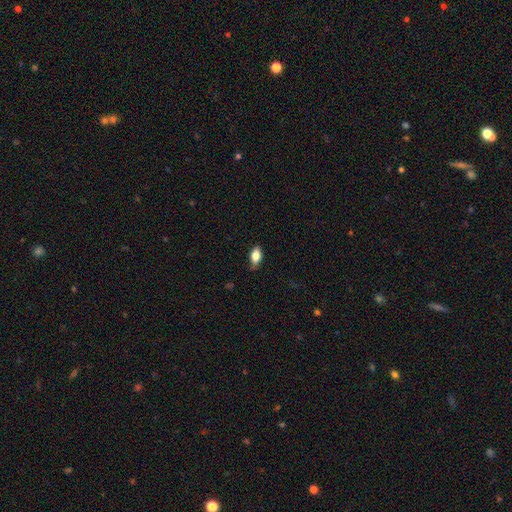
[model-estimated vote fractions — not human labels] Smooth or featured? Predicted: smooth (p=0.79). How rounded? Predicted: in between (p=0.87). Merging? Predicted: none (p=0.74).